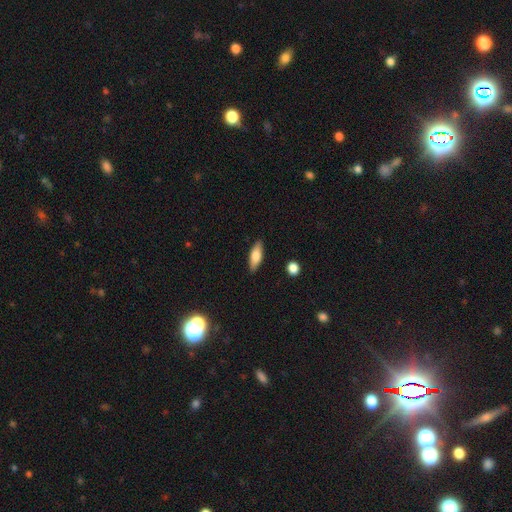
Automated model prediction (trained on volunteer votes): Smooth or featured? Predicted: smooth (p=0.74). How rounded? Predicted: in between (p=0.65). Merging? Predicted: none (p=0.87).